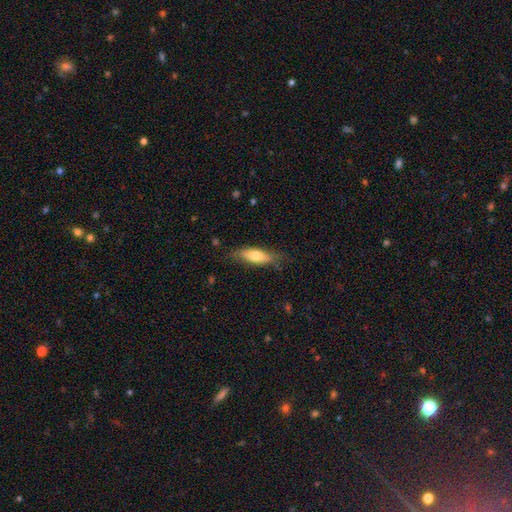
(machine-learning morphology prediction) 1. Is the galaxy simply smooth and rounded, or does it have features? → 67% smooth, 27% featured or disk, 6% star or artifact.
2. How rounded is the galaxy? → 60% in between, 38% cigar-shaped, 2% round.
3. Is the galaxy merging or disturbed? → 72% none, 22% minor disturbance, 6% major disturbance, 1% merger.